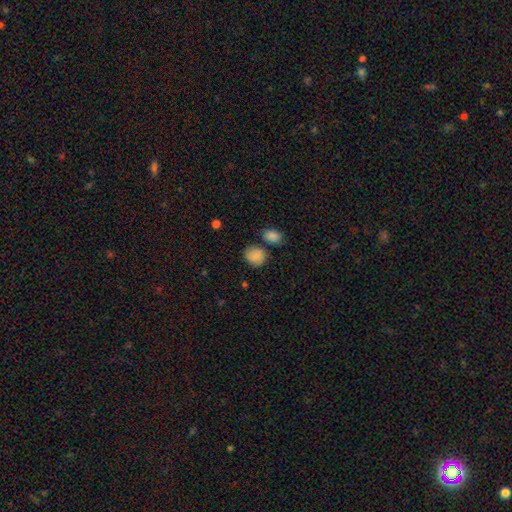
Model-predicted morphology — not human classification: smooth_or_featured: smooth (p=0.84) [alt: star or artifact p=0.09]
how_rounded: round (p=0.71) [alt: in between p=0.28]
merging: none (p=0.69) [alt: minor disturbance p=0.15]